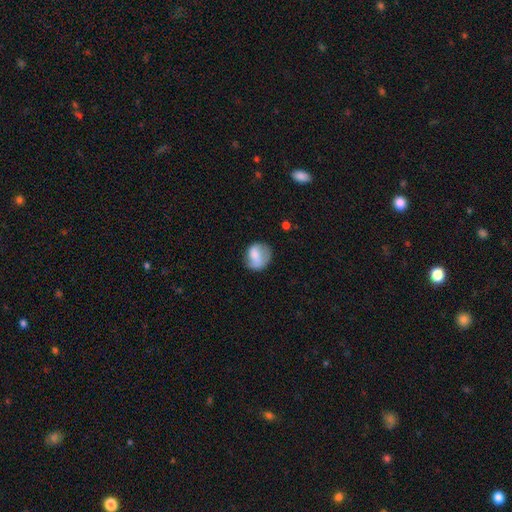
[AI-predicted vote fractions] This appears to be a smooth galaxy with no disk features (73%) that is round (61%). Merging: none (51%).